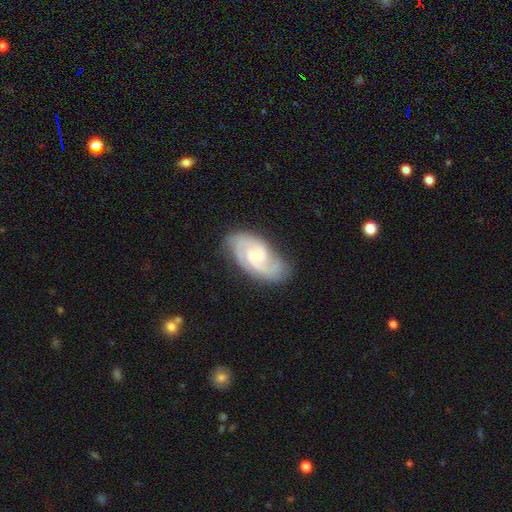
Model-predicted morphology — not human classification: This is clearly a featured or disk galaxy (87%). It is clearly not viewed edge-on (97%). Bar: possibly no (55%). Spiral arm pattern: clearly yes (98%). Spiral arm count: likely 2 (61%). Spiral winding: possibly tight (55%). Central bulge: likely small (61%). Merging: likely none (78%).